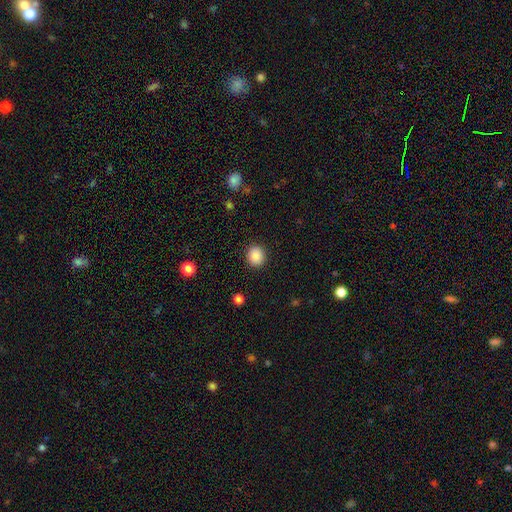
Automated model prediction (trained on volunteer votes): A smooth galaxy with no disk features (87%) that is round (80%). Merging: none (91%).